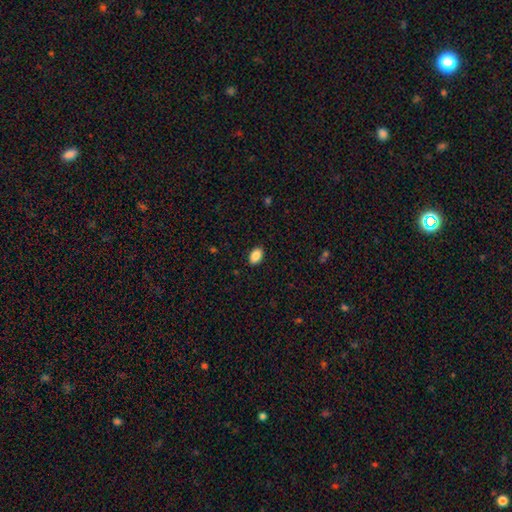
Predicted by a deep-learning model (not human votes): Overall: smooth (88%). How rounded: in between (89%). Merging: none (89%).